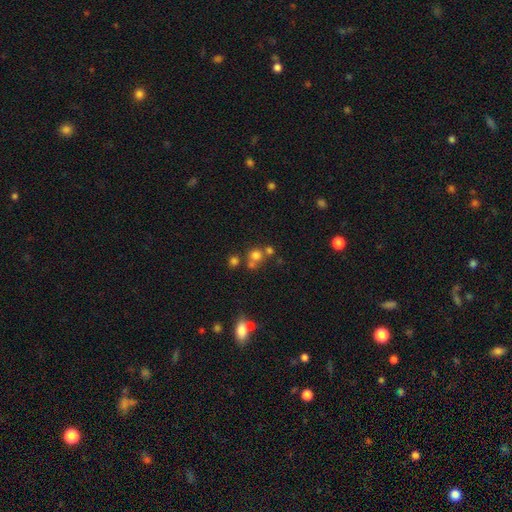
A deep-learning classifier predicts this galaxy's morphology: smooth_or_featured: smooth (p=0.69) [alt: star or artifact p=0.20]
how_rounded: round (p=0.88) [alt: in between p=0.11]
merging: none (p=0.56) [alt: merger p=0.32]